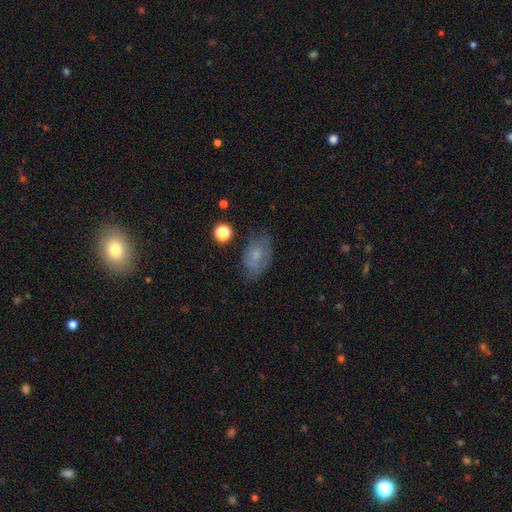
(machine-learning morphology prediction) The model was most divided on "smooth or featured": smooth: 63%, featured or disk: 25%, star or artifact: 11%. More confident: how rounded — in between (86%); merging — none (68%).